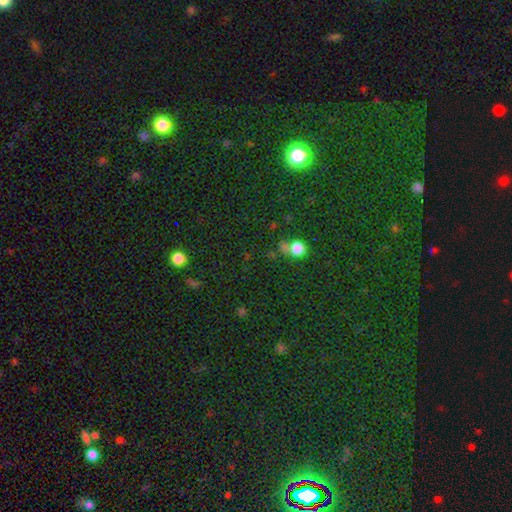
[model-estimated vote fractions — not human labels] Overall: star or artifact (71%).